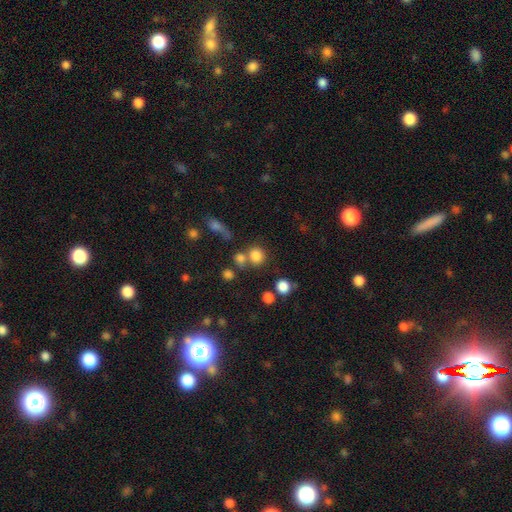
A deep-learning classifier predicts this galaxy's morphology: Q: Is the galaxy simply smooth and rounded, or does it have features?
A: smooth — 79%.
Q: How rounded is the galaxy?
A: round — 85%.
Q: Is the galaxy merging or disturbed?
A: none — 59%.